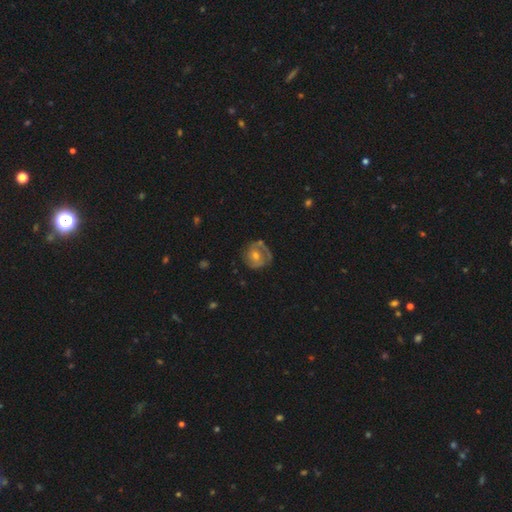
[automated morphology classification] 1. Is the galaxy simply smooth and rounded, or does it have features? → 67% featured or disk, 24% smooth, 9% star or artifact.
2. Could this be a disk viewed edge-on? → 97% no, 3% yes.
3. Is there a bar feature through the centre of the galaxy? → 74% no, 22% weak, 5% strong.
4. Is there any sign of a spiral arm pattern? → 74% yes, 26% no.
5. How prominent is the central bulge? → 62% moderate, 31% small, 4% large, 2% none, 1% dominant.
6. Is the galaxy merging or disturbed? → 69% none, 18% minor disturbance, 10% major disturbance, 3% merger.